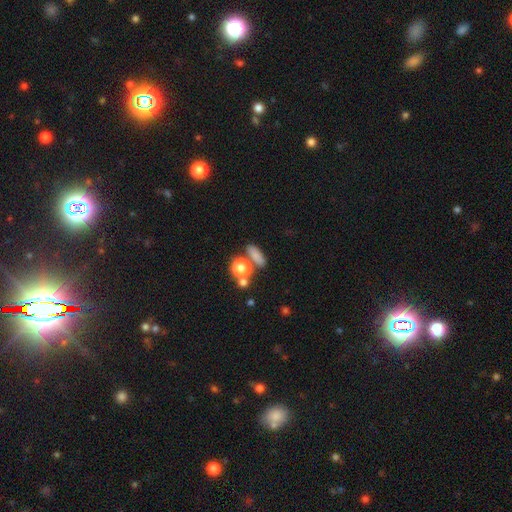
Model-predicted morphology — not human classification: Q: Smooth or featured?
A: smooth (77%); runner-up: star or artifact (14%)
Q: How rounded?
A: in between (52%); runner-up: round (26%)
Q: Merging?
A: none (66%); runner-up: merger (17%)